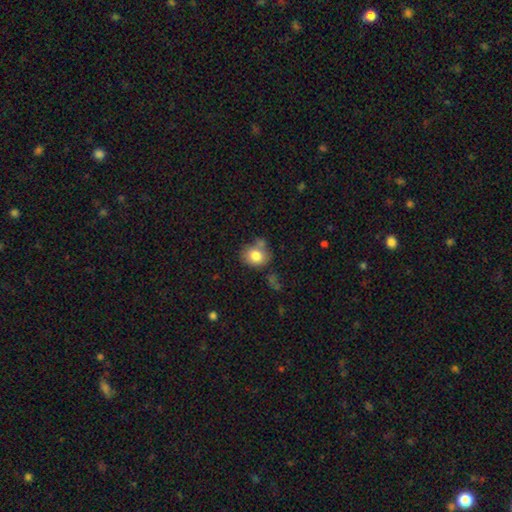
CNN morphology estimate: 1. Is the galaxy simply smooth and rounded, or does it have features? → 80% smooth, 11% featured or disk, 9% star or artifact.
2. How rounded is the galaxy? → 65% round, 34% in between, 1% cigar-shaped.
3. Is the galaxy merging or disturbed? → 61% none, 19% minor disturbance, 15% merger, 6% major disturbance.